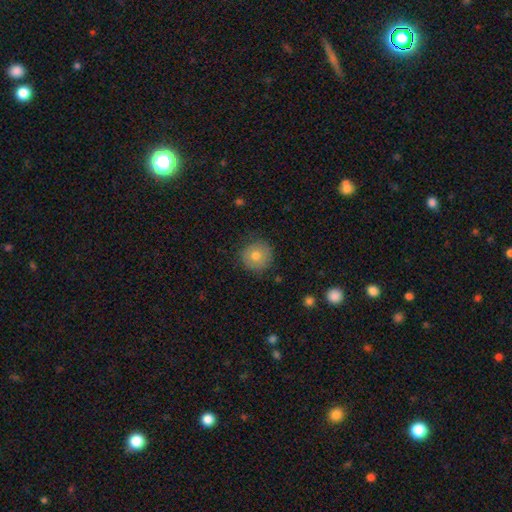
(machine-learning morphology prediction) Q: Smooth or featured?
A: smooth (75%); runner-up: featured or disk (16%)
Q: How rounded?
A: round (94%); runner-up: in between (5%)
Q: Merging?
A: none (83%); runner-up: minor disturbance (13%)